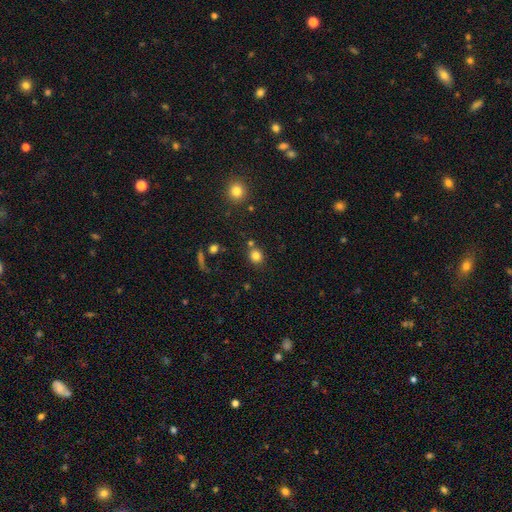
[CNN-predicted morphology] Smooth or featured: smooth — 81% (star or artifact — 13%)
How rounded: round — 79% (in between — 19%)
Merging: none — 75% (merger — 11%)